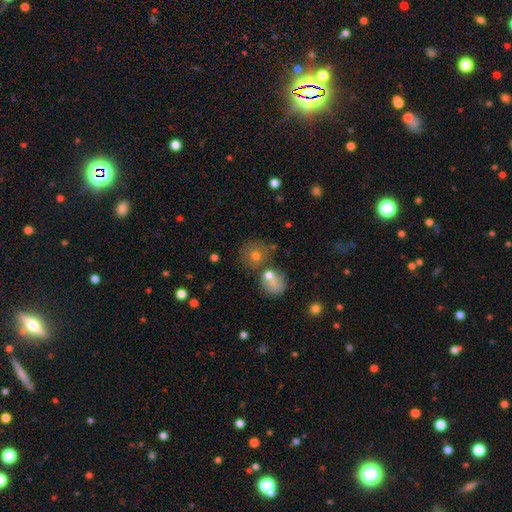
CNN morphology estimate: Smooth or featured? Predicted: smooth (p=0.65). How rounded? Predicted: round (p=0.85). Merging? Predicted: none (p=0.61).